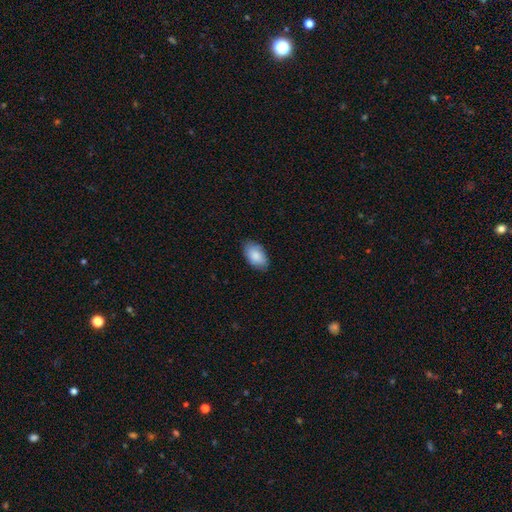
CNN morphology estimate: Smooth or featured? smooth (87%)
How rounded? in between (94%)
Merging? none (83%)